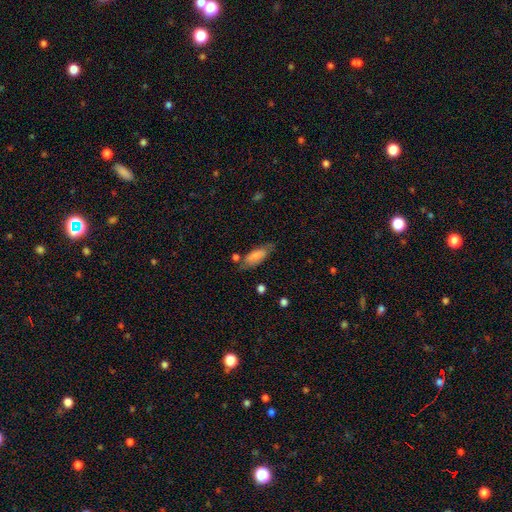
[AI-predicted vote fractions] A smooth galaxy with no disk features (75%) that is in between round and cigar-shaped (74%). Merging: none (59%).